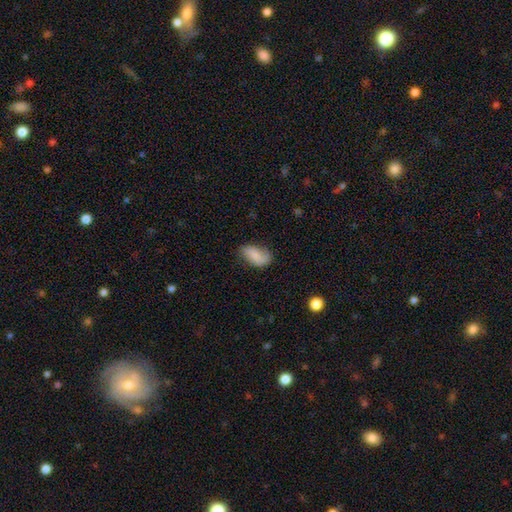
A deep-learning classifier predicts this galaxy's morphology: smooth 71%, featured or disk 22%, star or artifact 8%. Down the decision tree: how rounded — in between (92%); merging — none (62%).